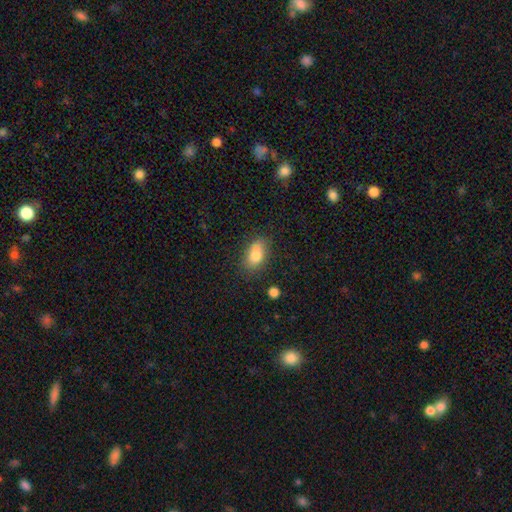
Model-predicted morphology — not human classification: smooth-or-featured: smooth: 80% | featured or disk: 11% | star or artifact: 9%
  how-rounded: in between: 88% | round: 9% | cigar-shaped: 4%
  merging: none: 73% | minor disturbance: 19% | major disturbance: 5% | merger: 3%